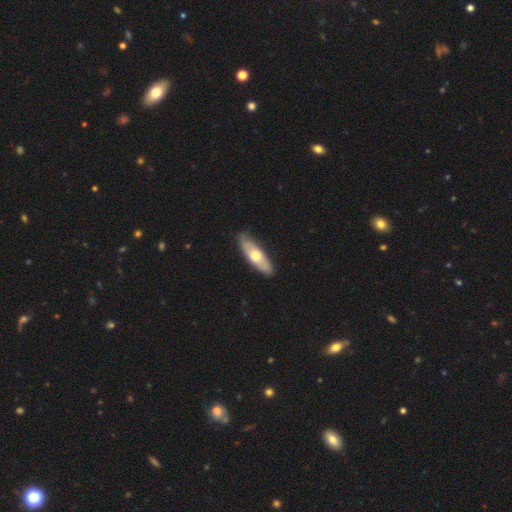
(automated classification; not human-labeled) The model was most divided on "how rounded": cigar-shaped: 50%, in between: 48%, round: 2%. More confident: merging — none (85%); smooth or featured — smooth (54%).